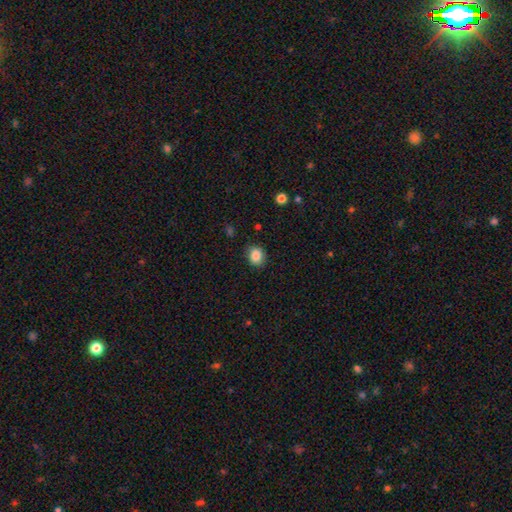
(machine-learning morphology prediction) Smooth or featured?
  - smooth: 86% *
  - star or artifact: 9%
  - featured or disk: 5%
How rounded?
  - round: 62% *
  - in between: 37%
  - cigar-shaped: 1%
Merging?
  - none: 84% *
  - minor disturbance: 12%
  - major disturbance: 3%
  - merger: 1%